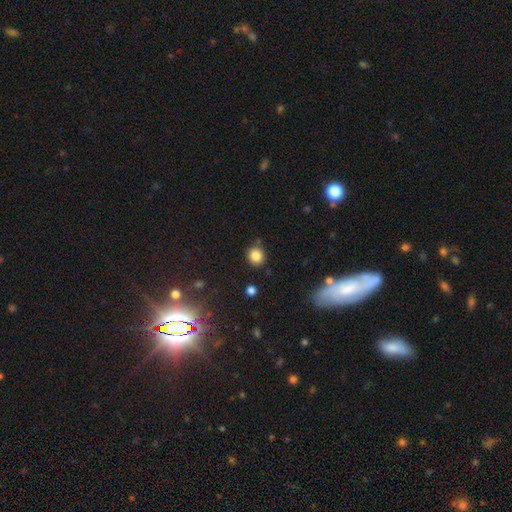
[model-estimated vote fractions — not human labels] This appears to be a smooth galaxy with no disk features (84%) that is round (87%). Merging: none (84%).